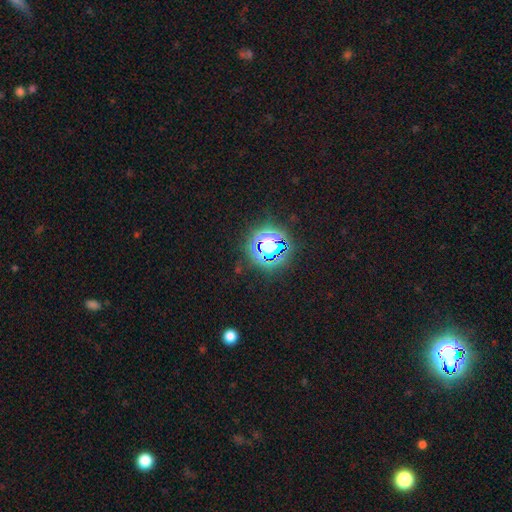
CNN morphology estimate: This is likely a star or artifact rather than a galaxy (76%).